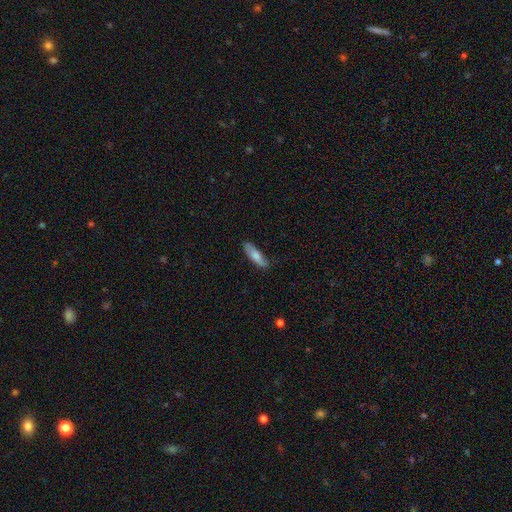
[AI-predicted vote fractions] smooth-or-featured: smooth: 76% | featured or disk: 18% | star or artifact: 6%
  how-rounded: cigar-shaped: 56% | in between: 42% | round: 2%
  merging: none: 71% | minor disturbance: 23% | major disturbance: 5% | merger: 2%